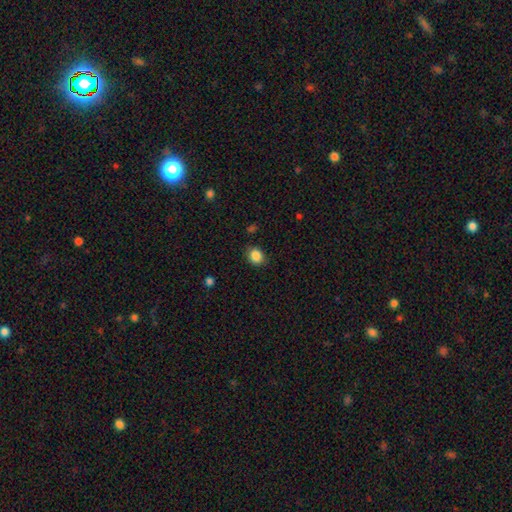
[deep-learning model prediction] A smooth galaxy with no disk features (86%) that is round (62%). Merging: none (85%).